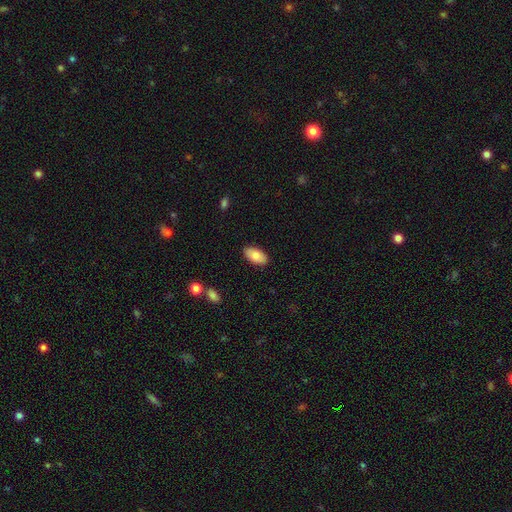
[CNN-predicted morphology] This is clearly a smooth galaxy (80%). How rounded: clearly in between (94%). Merging: clearly none (88%).